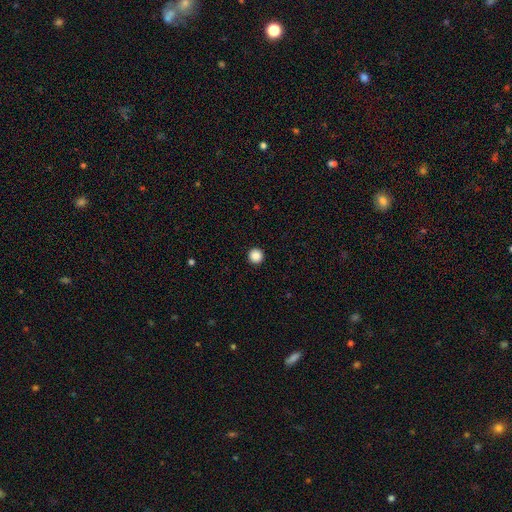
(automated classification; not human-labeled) smooth 87%, star or artifact 10%, featured or disk 3%. Down the decision tree: how rounded — round (97%); merging — none (94%).